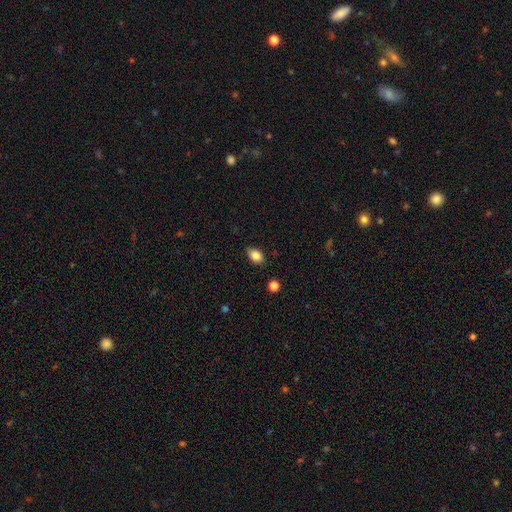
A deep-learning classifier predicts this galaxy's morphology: smooth-or-featured: smooth: 85% | star or artifact: 9% | featured or disk: 7%
  how-rounded: in between: 85% | round: 13% | cigar-shaped: 2%
  merging: none: 85% | minor disturbance: 11% | major disturbance: 2% | merger: 1%